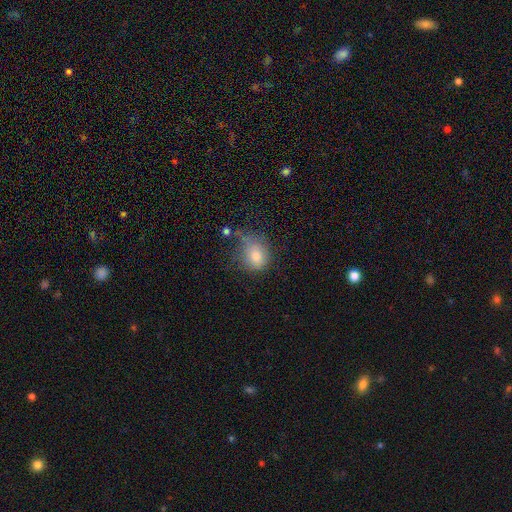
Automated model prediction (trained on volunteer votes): smooth_or_featured: smooth (p=0.78) [alt: featured or disk p=0.11]
how_rounded: round (p=0.53) [alt: in between p=0.46]
merging: none (p=0.43) [alt: minor disturbance p=0.32]